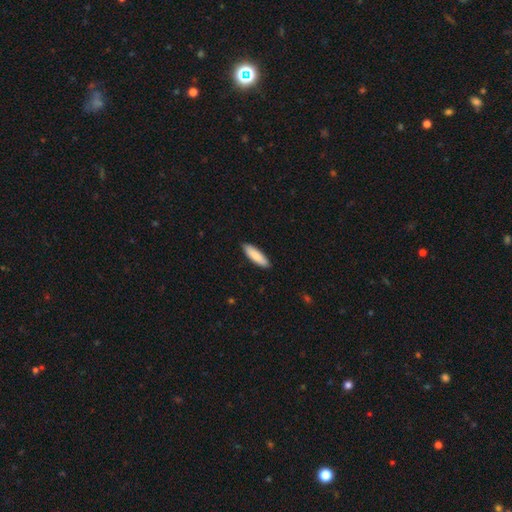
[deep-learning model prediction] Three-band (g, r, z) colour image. It shows a smooth galaxy with no disk features (85%) that is cigar-shaped (58%). Merging: none (90%).